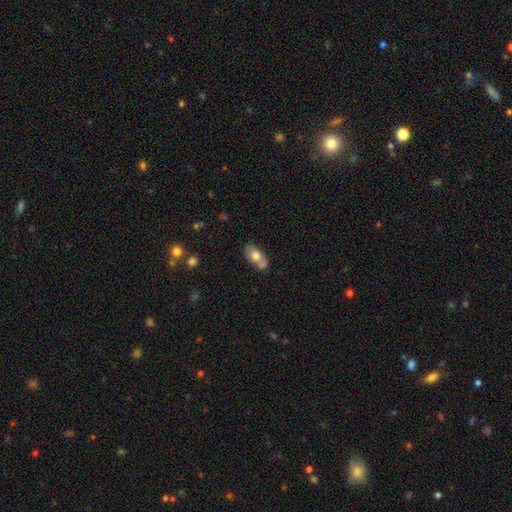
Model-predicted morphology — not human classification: Smooth or featured? smooth (65%)
How rounded? in between (88%)
Merging? none (55%)